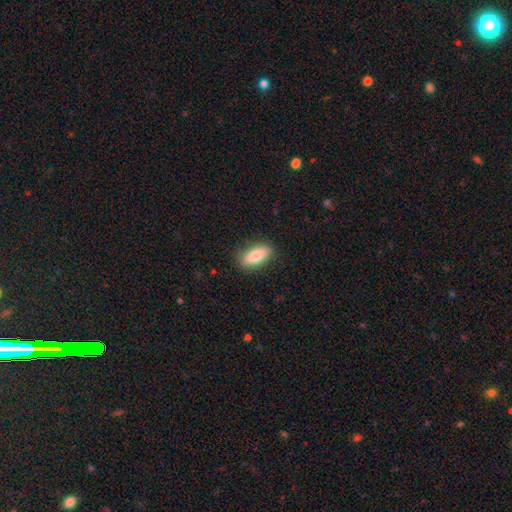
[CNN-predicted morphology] Smooth or featured: smooth — 83% (featured or disk — 10%)
How rounded: in between — 81% (cigar-shaped — 16%)
Merging: none — 86% (minor disturbance — 10%)